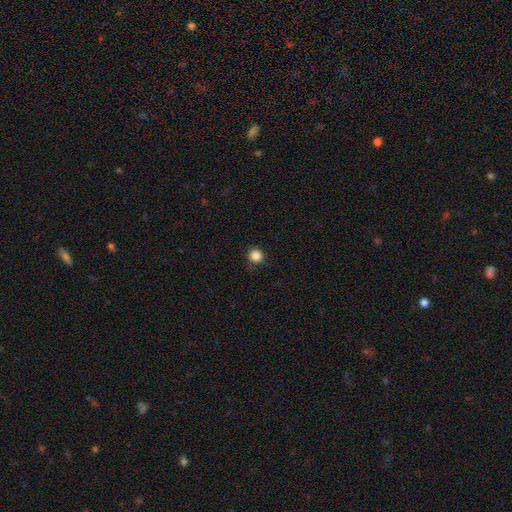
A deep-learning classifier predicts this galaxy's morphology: Smooth or featured? Predicted: smooth (p=0.86). How rounded? Predicted: round (p=0.91). Merging? Predicted: none (p=0.90).